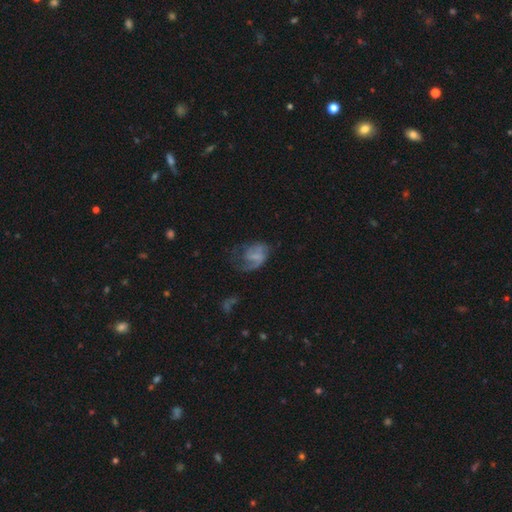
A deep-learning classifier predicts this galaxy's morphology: Smooth or featured?
  - featured or disk: 56% *
  - smooth: 34%
  - star or artifact: 10%
Edge-on disk?
  - no: 98% *
  - yes: 2%
Bar?
  - no: 48% *
  - weak: 40%
  - strong: 12%
Spiral arms?
  - yes: 72% *
  - no: 28%
Bulge size?
  - none: 55% *
  - small: 27%
  - moderate: 13%
  - large: 4%
  - dominant: 1%
Merging?
  - major disturbance: 42% *
  - none: 32%
  - minor disturbance: 23%
  - merger: 3%